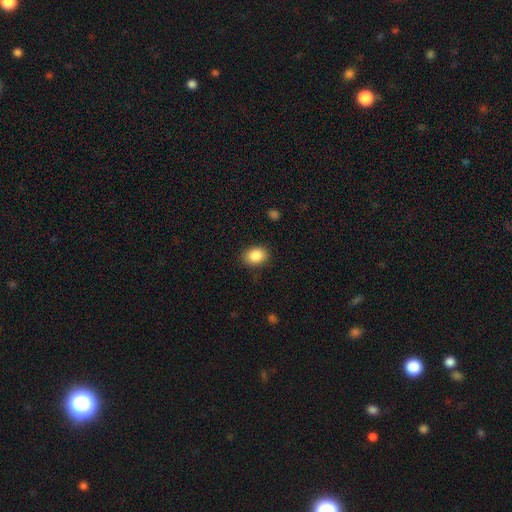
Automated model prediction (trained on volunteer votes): This is clearly a smooth galaxy (87%). How rounded: likely in between (62%). Merging: clearly none (86%).